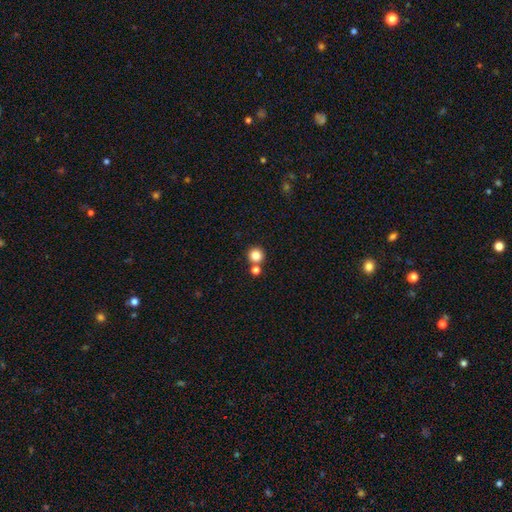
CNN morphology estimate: Smooth or featured: smooth — 83% (star or artifact — 11%)
How rounded: round — 94% (in between — 5%)
Merging: none — 72% (merger — 19%)